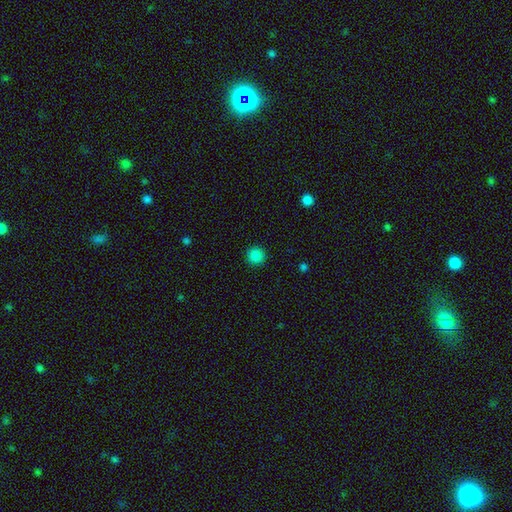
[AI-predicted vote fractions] Smooth or featured?
  - smooth: 86% *
  - star or artifact: 11%
  - featured or disk: 3%
How rounded?
  - round: 95% *
  - in between: 4%
  - cigar-shaped: 1%
Merging?
  - none: 92% *
  - minor disturbance: 5%
  - major disturbance: 2%
  - merger: 1%